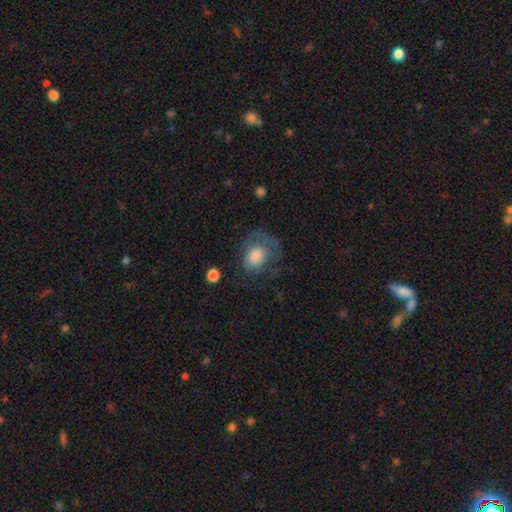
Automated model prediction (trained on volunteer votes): The model was most divided on "how rounded": round: 53%, in between: 46%, cigar-shaped: 1%. Remaining: smooth or featured — smooth (65%); merging — none (46%).